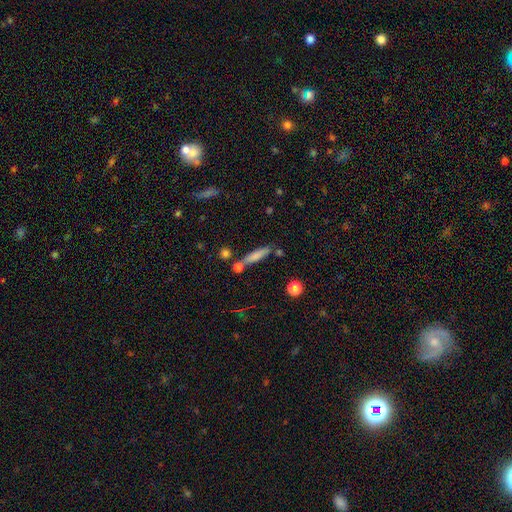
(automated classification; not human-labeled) smooth-or-featured: smooth: 76% | featured or disk: 17% | star or artifact: 8%
  how-rounded: cigar-shaped: 79% | in between: 18% | round: 3%
  merging: none: 72% | minor disturbance: 13% | merger: 11% | major disturbance: 4%